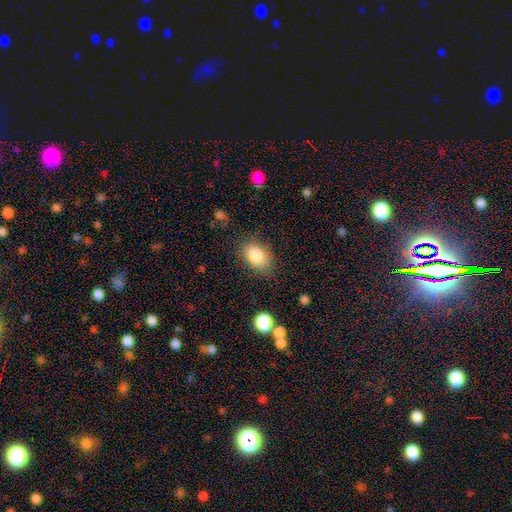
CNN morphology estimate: This is clearly a smooth galaxy (84%). How rounded: clearly in between (82%). Merging: likely none (78%).